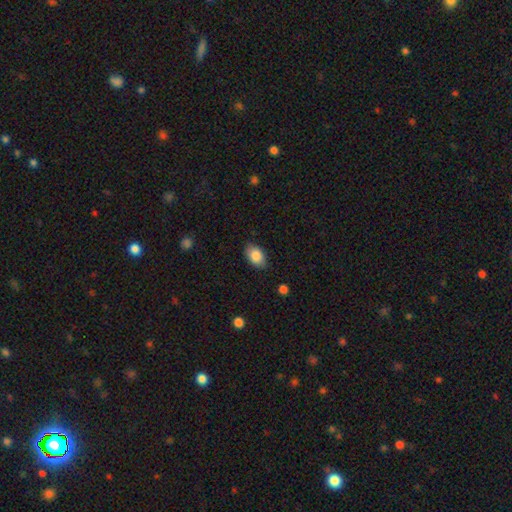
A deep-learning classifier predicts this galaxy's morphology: smooth 86%, star or artifact 7%, featured or disk 6%. Down the decision tree: how rounded — in between (88%); merging — none (84%).